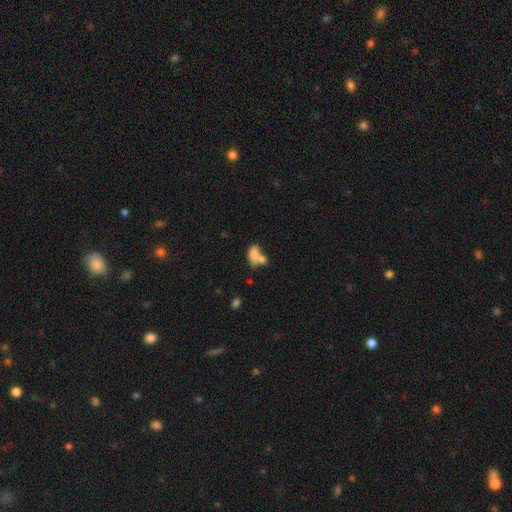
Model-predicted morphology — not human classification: A smooth galaxy with no disk features (74%) that is in between round and cigar-shaped (86%). Merging: merger (56%).